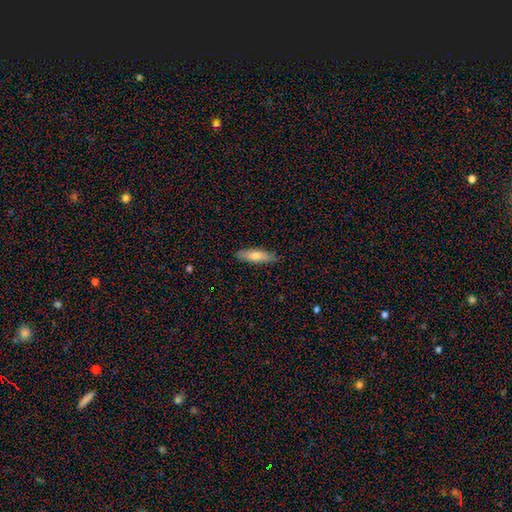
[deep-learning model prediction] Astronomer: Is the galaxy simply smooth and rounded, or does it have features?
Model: smooth — 70%.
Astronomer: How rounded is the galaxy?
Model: cigar-shaped — 65%.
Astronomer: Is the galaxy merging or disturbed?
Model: none — 87%.